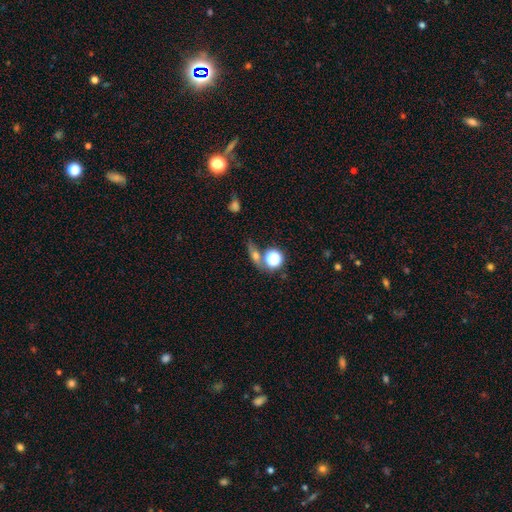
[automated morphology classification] Smooth or featured? Predicted: smooth (p=0.52). How rounded? Predicted: round (p=0.42). Merging? Predicted: none (p=0.62).